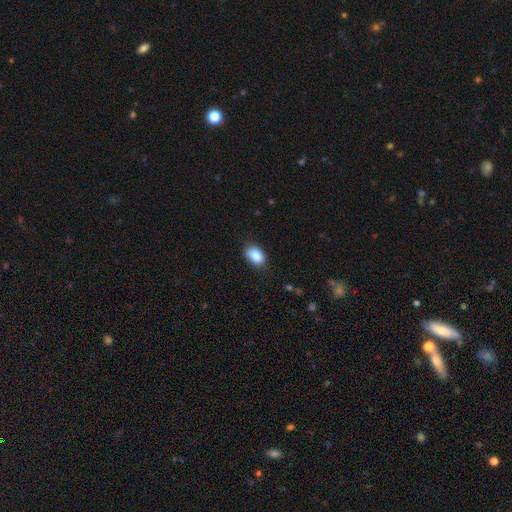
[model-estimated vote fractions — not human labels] Overall: smooth (88%). How rounded: in between (87%). Merging: none (75%).